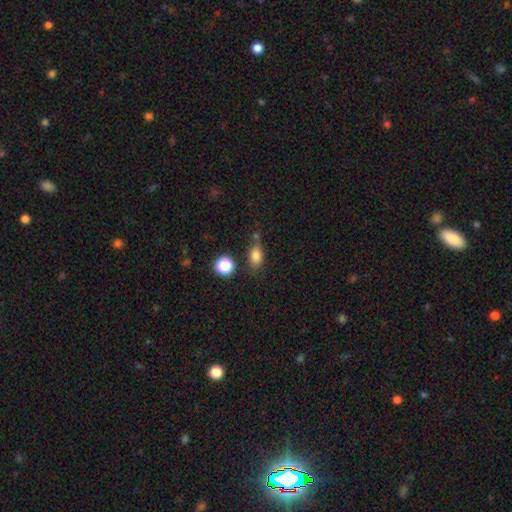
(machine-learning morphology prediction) Overall: smooth (82%). How rounded: in between (73%). Merging: none (61%; minor disturbance 22%).